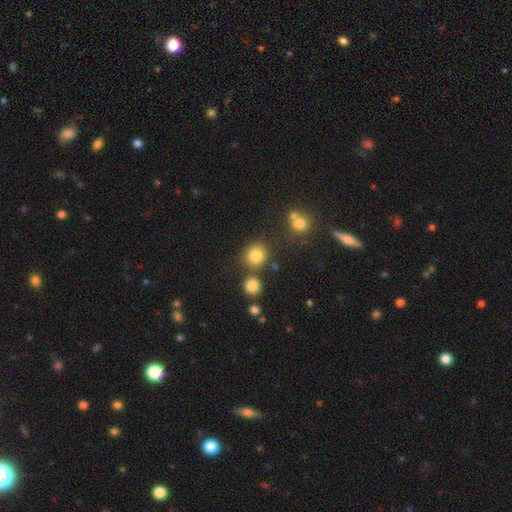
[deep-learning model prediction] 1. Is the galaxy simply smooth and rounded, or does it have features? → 82% smooth, 13% star or artifact, 6% featured or disk.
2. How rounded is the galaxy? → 88% round, 11% in between, 1% cigar-shaped.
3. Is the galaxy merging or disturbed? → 76% none, 12% merger, 9% minor disturbance, 4% major disturbance.